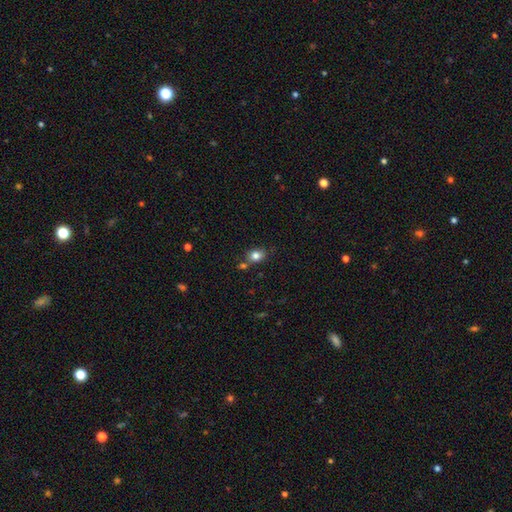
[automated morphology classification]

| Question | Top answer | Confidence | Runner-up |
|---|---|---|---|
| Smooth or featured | smooth | 81% | star or artifact (11%) |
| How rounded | in between | 53% | round (46%) |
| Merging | none | 68% | merger (14%) |